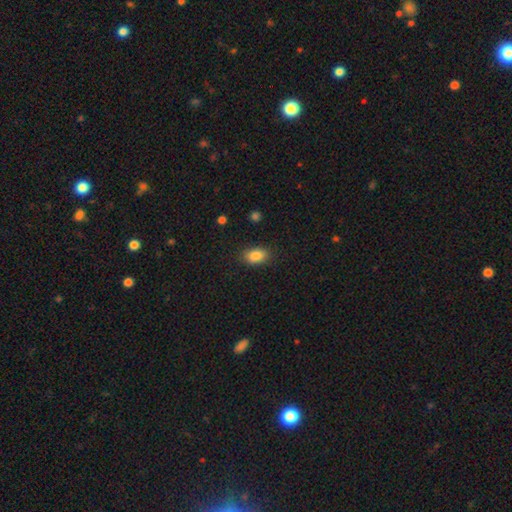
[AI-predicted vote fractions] Smooth or featured? Predicted: smooth (p=0.85). How rounded? Predicted: in between (p=0.86). Merging? Predicted: none (p=0.85).